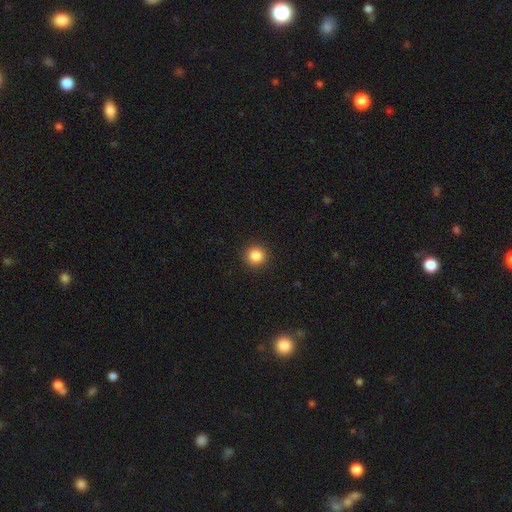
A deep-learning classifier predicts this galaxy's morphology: A smooth galaxy with no disk features (86%) that is round (95%).

Vote fractions:
- Smooth or featured? smooth: 86% / star or artifact: 11% / featured or disk: 4%
- How rounded? round: 95% / in between: 4% / cigar-shaped: 1%
- Merging? none: 93% / minor disturbance: 5% / major disturbance: 2% / merger: 1%